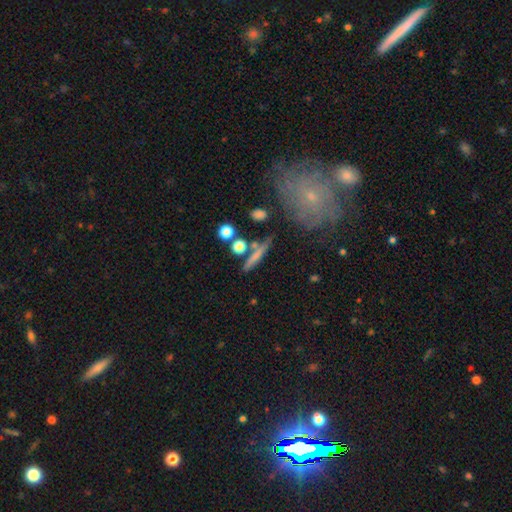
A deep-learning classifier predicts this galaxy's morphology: Smooth or featured? Predicted: smooth (p=0.64). How rounded? Predicted: cigar-shaped (p=0.76). Merging? Predicted: none (p=0.68).